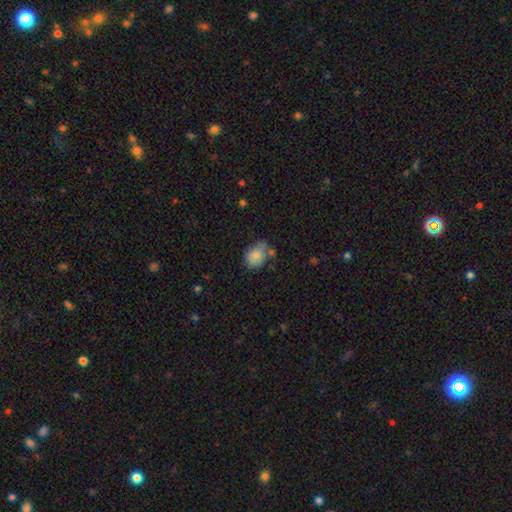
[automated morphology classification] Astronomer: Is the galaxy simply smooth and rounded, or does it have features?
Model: smooth — 82%.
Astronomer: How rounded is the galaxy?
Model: in between — 68%.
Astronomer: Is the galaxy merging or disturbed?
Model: none — 56%.